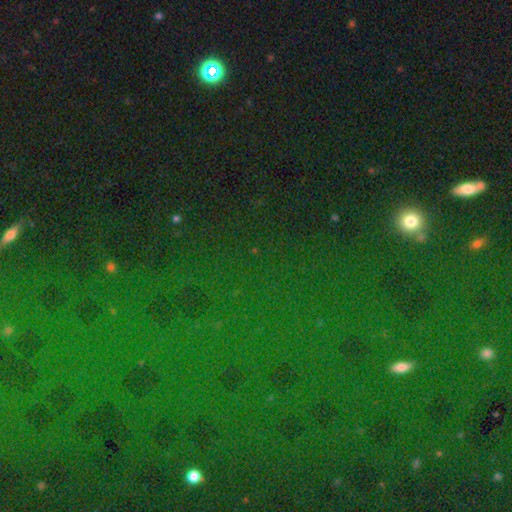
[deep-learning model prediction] A star or artifact, not a galaxy (78%).

Vote fractions:
- Smooth or featured? star or artifact: 78% / smooth: 14% / featured or disk: 8%